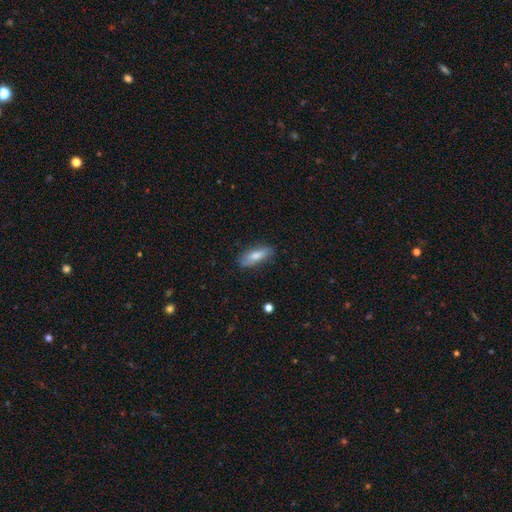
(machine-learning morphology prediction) Smooth or featured? smooth (69%)
How rounded? in between (59%)
Merging? none (80%)